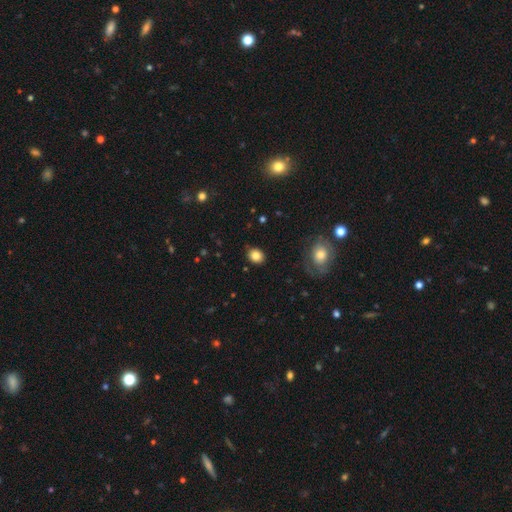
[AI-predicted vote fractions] Smooth or featured? smooth (83%)
How rounded? round (61%)
Merging? none (87%)